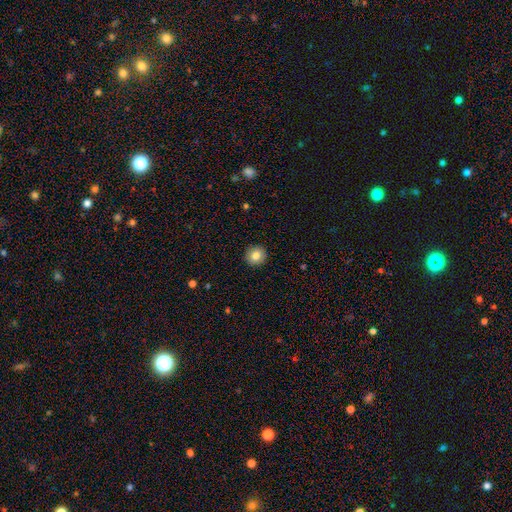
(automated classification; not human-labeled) This appears to be a smooth galaxy with no disk features (83%) that is round (93%). Merging: none (92%).